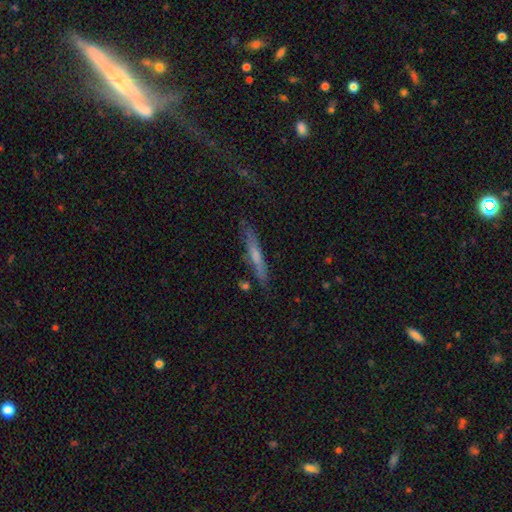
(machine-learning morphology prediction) The model was most divided on "smooth or featured": featured or disk: 51%, smooth: 40%, star or artifact: 8%. More confident: edge-on disk — yes (92%); merging — none (80%).